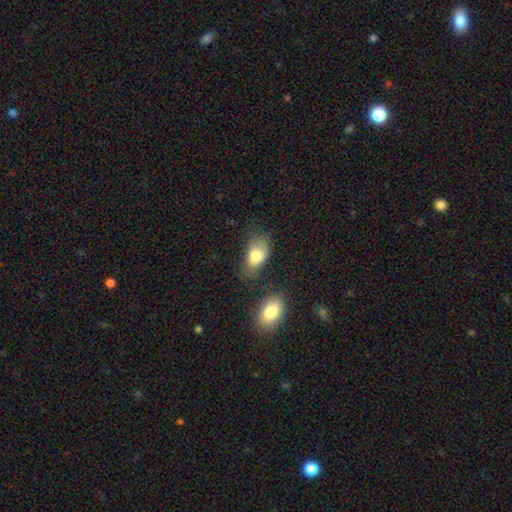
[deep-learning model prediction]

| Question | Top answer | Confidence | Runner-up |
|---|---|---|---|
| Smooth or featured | smooth | 80% | featured or disk (12%) |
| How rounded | in between | 89% | round (9%) |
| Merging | none | 45% | minor disturbance (31%) |